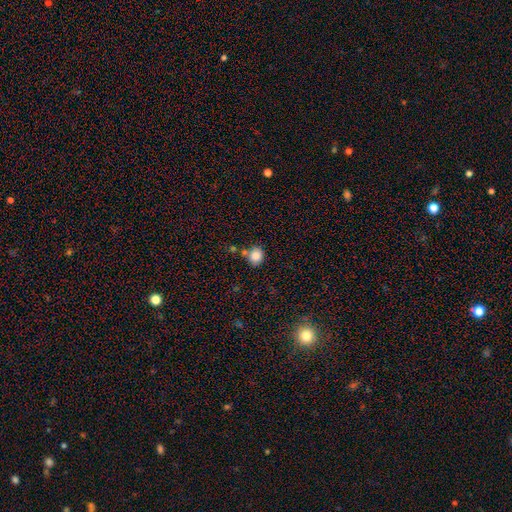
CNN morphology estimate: A smooth galaxy with no disk features (84%) that is round (78%). Merging: none (63%).